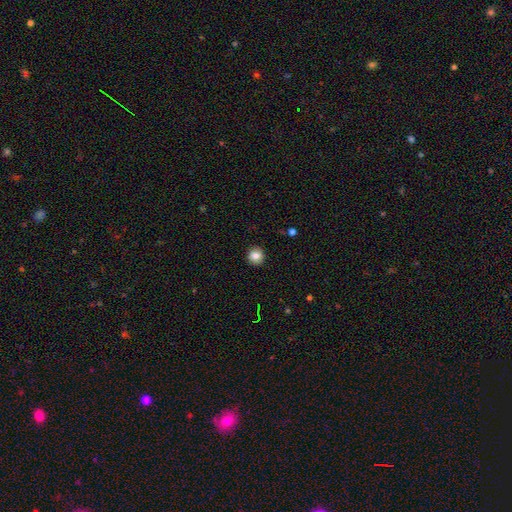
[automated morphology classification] Smooth or featured: smooth — 81% (star or artifact — 10%)
How rounded: round — 92% (in between — 7%)
Merging: none — 91% (minor disturbance — 7%)